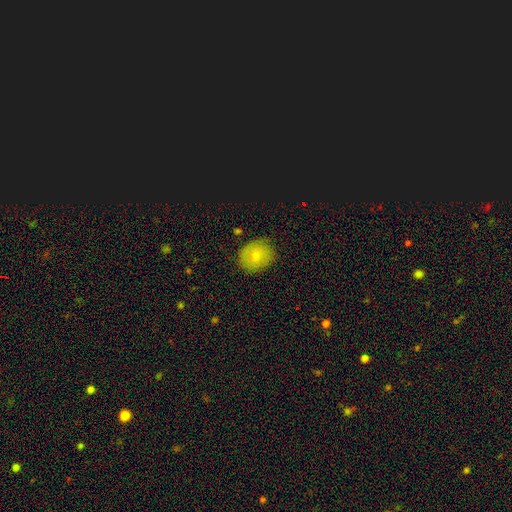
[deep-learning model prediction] Morphology: type=smooth (64%); roundness=round (68%); merging=none (85%).